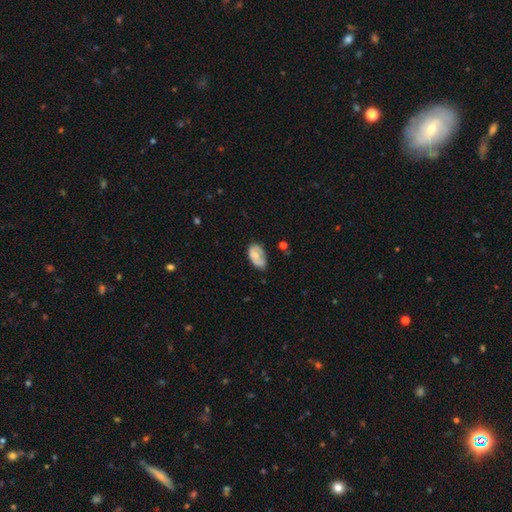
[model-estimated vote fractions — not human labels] A smooth galaxy with no disk features (61%) that is in between round and cigar-shaped (91%).

Vote fractions:
- Smooth or featured? smooth: 61% / featured or disk: 32% / star or artifact: 7%
- How rounded? in between: 91% / round: 8% / cigar-shaped: 2%
- Merging? none: 47% / minor disturbance: 37% / major disturbance: 13% / merger: 3%